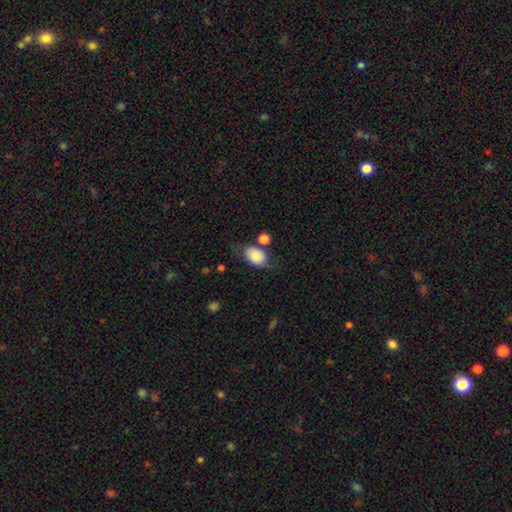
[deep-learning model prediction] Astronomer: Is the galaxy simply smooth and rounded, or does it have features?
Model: smooth — 81%.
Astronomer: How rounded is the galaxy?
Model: in between — 80%.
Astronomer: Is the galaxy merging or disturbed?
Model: none — 56%.